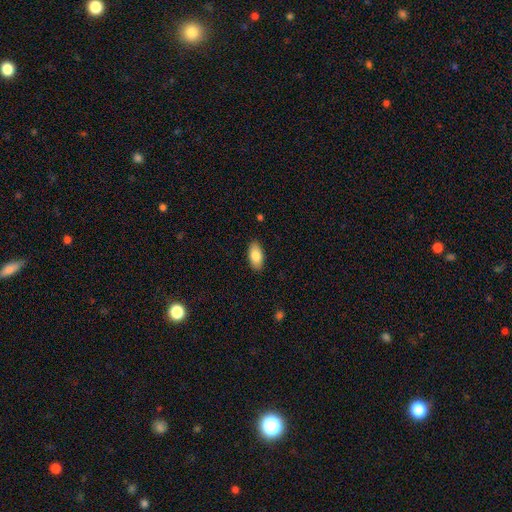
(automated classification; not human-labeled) Smooth or featured? smooth (84%)
How rounded? in between (93%)
Merging? none (89%)